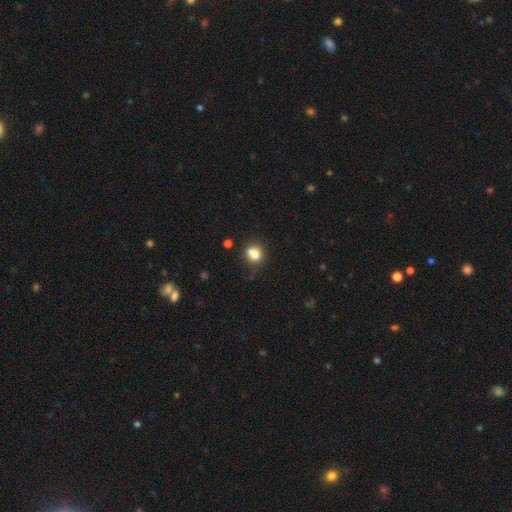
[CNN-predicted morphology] smooth 77%, star or artifact 12%, featured or disk 11%. Down the decision tree: how rounded — round (64%); merging — none (49%).